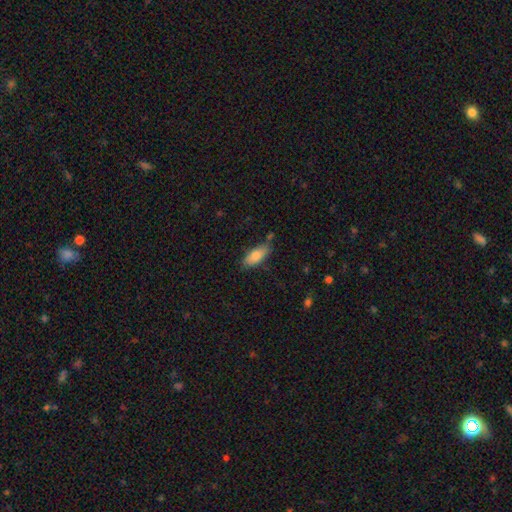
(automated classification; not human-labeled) smooth_or_featured: smooth (p=0.81) [alt: featured or disk p=0.12]
how_rounded: in between (p=0.79) [alt: cigar-shaped p=0.19]
merging: none (p=0.73) [alt: minor disturbance p=0.19]